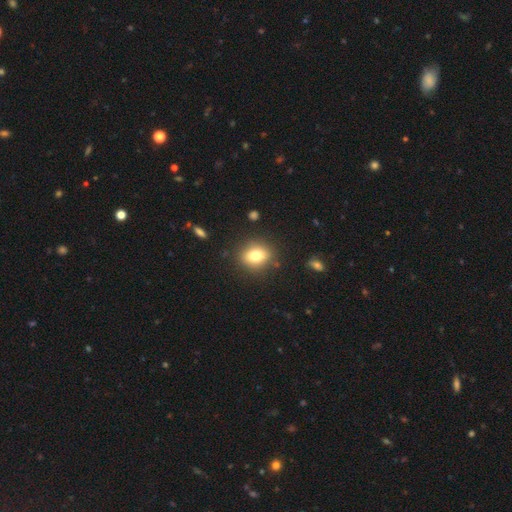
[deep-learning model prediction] This is likely a smooth galaxy (77%). How rounded: possibly round (54%). Merging: clearly none (85%).